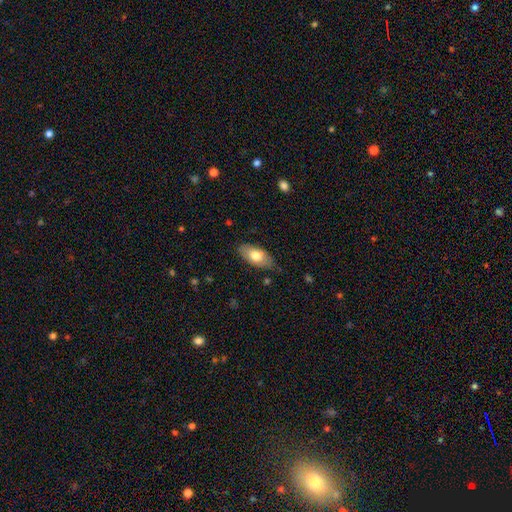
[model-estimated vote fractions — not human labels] Smooth or featured: smooth — 73% (featured or disk — 21%)
How rounded: in between — 91% (cigar-shaped — 7%)
Merging: none — 80% (minor disturbance — 16%)